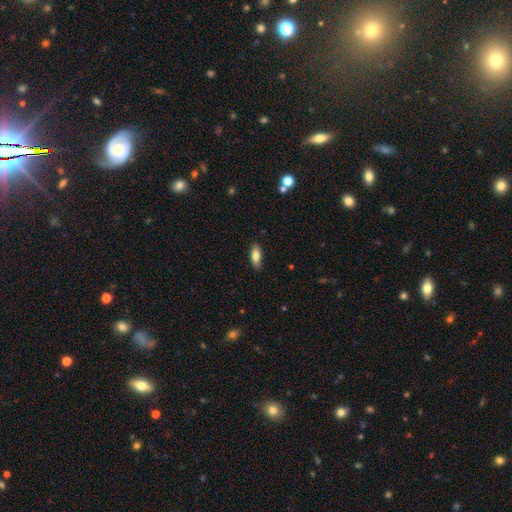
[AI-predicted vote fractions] Smooth or featured?
  - smooth: 76% *
  - featured or disk: 18%
  - star or artifact: 7%
How rounded?
  - in between: 74% *
  - cigar-shaped: 24%
  - round: 2%
Merging?
  - none: 86% *
  - minor disturbance: 11%
  - major disturbance: 2%
  - merger: 1%